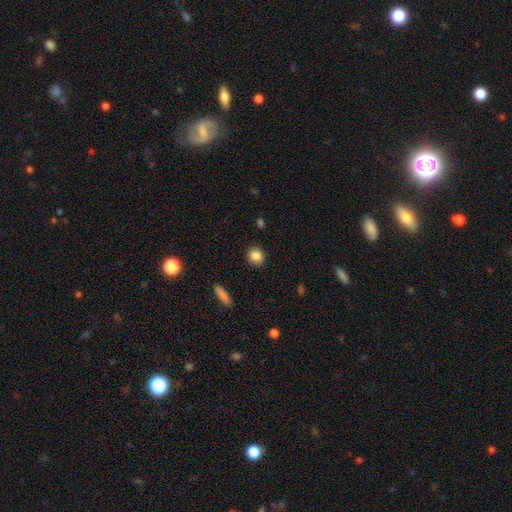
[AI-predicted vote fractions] Smooth or featured? smooth (85%)
How rounded? round (82%)
Merging? none (90%)